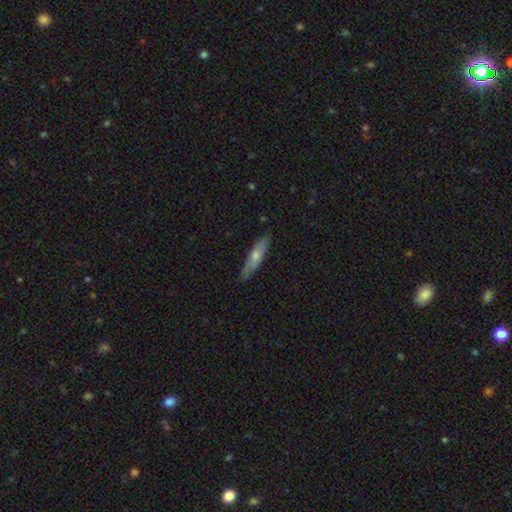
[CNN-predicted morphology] smooth-or-featured: smooth: 52% | featured or disk: 42% | star or artifact: 6%
  how-rounded: cigar-shaped: 84% | in between: 14% | round: 2%
  merging: none: 88% | minor disturbance: 10% | major disturbance: 2% | merger: 1%